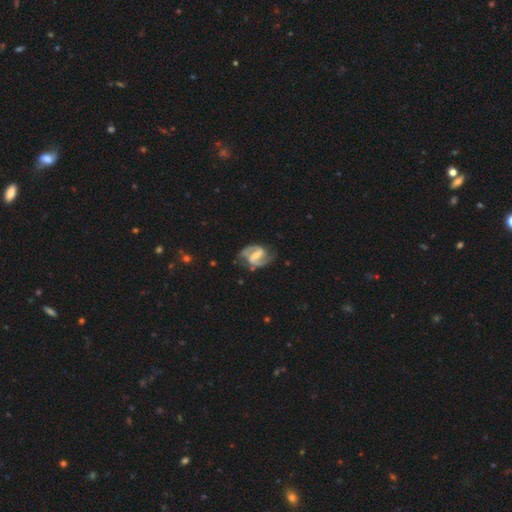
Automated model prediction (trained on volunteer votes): A featured or disk galaxy (90%) with a strong bar (47%), 2 (93%) medium (57%) spiral arms (97%) and a small central bulge (43%).

Vote fractions:
- Smooth or featured? featured or disk: 90% / smooth: 6% / star or artifact: 4%
- Edge-on disk? no: 98% / yes: 2%
- Bar? strong: 47% / weak: 42% / no: 11%
- Spiral arms? yes: 97% / no: 3%
- Spiral winding? medium: 57% / tight: 22% / loose: 21%
- Spiral arm count? 2: 93% / can't tell: 2% / 1: 2% / 3: 1% / 4: 1% / more than 4: 1%
- Bulge size? small: 43% / moderate: 32% / none: 20% / large: 4% / dominant: 1%
- Merging? none: 75% / minor disturbance: 17% / major disturbance: 6% / merger: 2%